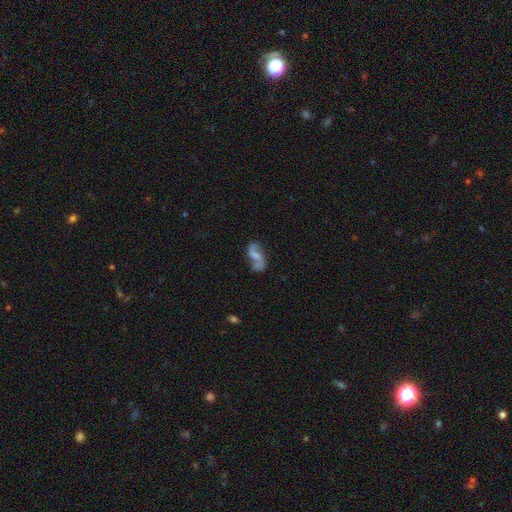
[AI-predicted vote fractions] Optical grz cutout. It shows a featured or disk galaxy (78%) with a weak bar (44%), 2 (91%) loose (72%) spiral arms (93%) and no central bulge (35%). Merging: none (67%).